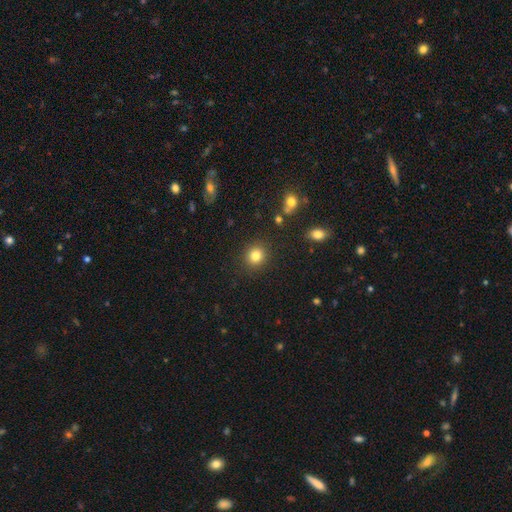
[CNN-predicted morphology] Smooth or featured: smooth — 83% (star or artifact — 12%)
How rounded: round — 87% (in between — 12%)
Merging: none — 89% (minor disturbance — 7%)